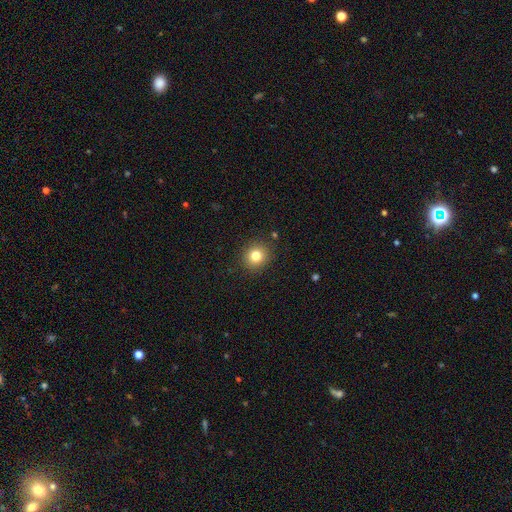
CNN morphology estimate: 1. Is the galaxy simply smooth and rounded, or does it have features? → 80% smooth, 13% star or artifact, 8% featured or disk.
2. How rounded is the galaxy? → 88% round, 11% in between, 1% cigar-shaped.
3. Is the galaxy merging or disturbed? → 89% none, 7% minor disturbance, 2% major disturbance, 1% merger.